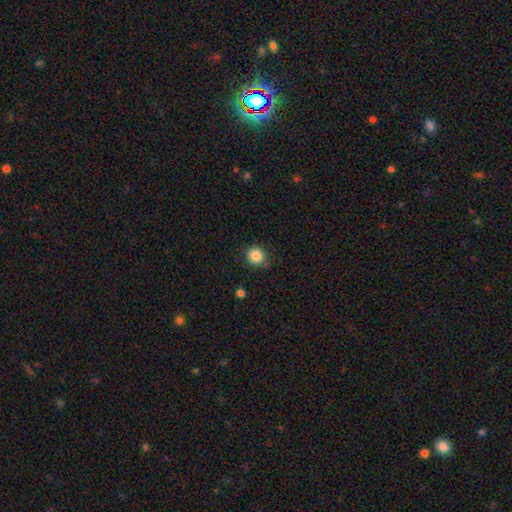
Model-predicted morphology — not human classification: Smooth or featured? smooth (85%)
How rounded? round (85%)
Merging? none (81%)